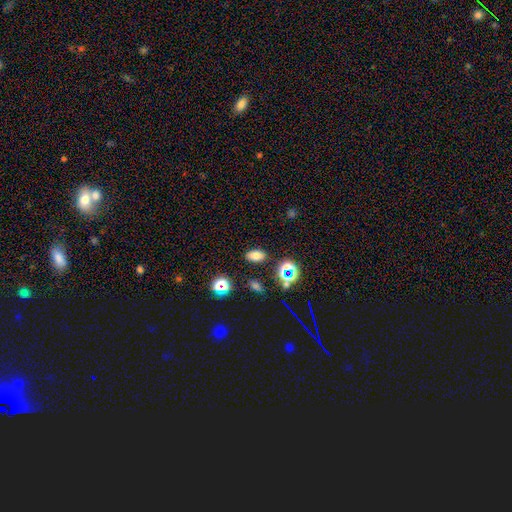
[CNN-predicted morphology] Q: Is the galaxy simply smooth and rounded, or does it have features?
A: smooth — 72%.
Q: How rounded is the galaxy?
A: in between — 86%.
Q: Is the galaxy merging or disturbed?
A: none — 85%.